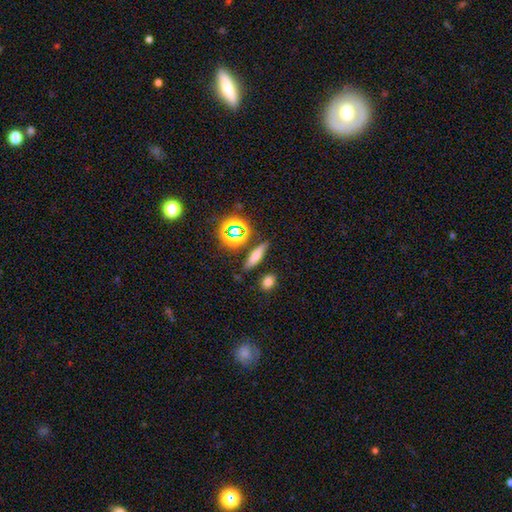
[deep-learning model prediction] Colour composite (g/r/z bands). It shows a smooth galaxy with no disk features (66%) that is cigar-shaped (68%). Merging: none (82%).